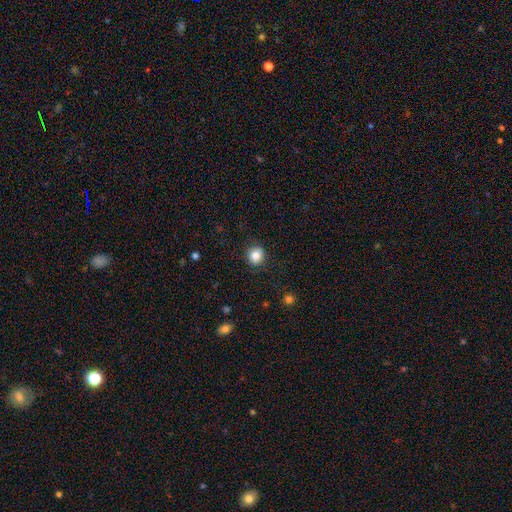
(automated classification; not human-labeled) smooth 84%, star or artifact 10%, featured or disk 6%. Down the decision tree: how rounded — round (84%); merging — none (88%).